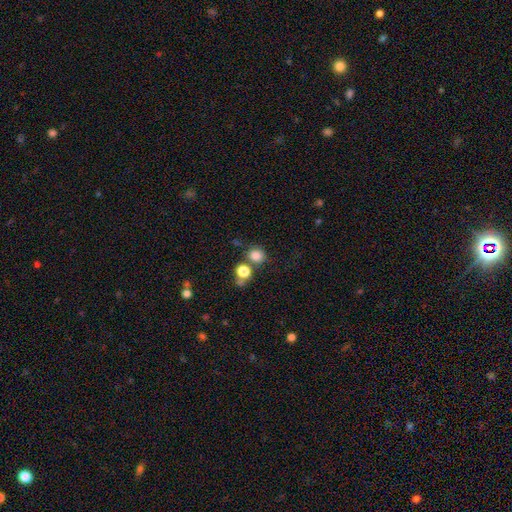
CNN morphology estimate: type=smooth (81%); roundness=round (80%); merging=none (68%).